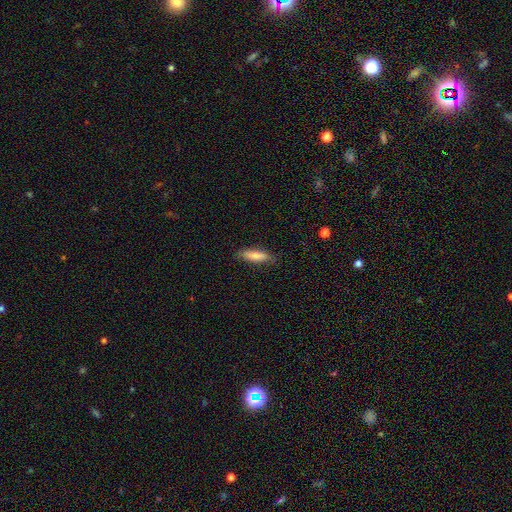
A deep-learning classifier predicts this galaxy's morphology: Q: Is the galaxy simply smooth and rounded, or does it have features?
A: smooth — 77%.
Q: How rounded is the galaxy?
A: cigar-shaped — 59%.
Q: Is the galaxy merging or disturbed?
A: none — 80%.